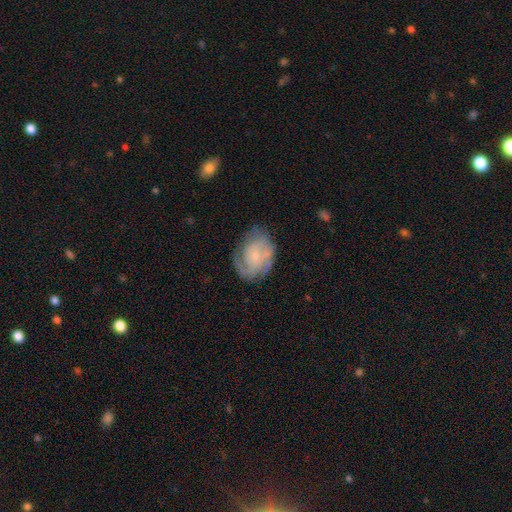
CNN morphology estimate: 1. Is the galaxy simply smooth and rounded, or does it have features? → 73% featured or disk, 20% smooth, 7% star or artifact.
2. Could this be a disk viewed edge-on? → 98% no, 2% yes.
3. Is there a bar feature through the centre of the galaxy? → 75% no, 21% weak, 3% strong.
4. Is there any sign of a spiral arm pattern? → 90% yes, 10% no.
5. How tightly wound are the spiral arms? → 53% tight, 35% medium, 12% loose.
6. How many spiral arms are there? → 34% can't tell, 28% 2, 20% 3, 7% 1, 6% 4, 5% more than 4.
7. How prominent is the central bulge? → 75% small, 17% moderate, 6% none, 1% large, 1% dominant.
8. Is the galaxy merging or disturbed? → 65% none, 22% minor disturbance, 11% major disturbance, 2% merger.